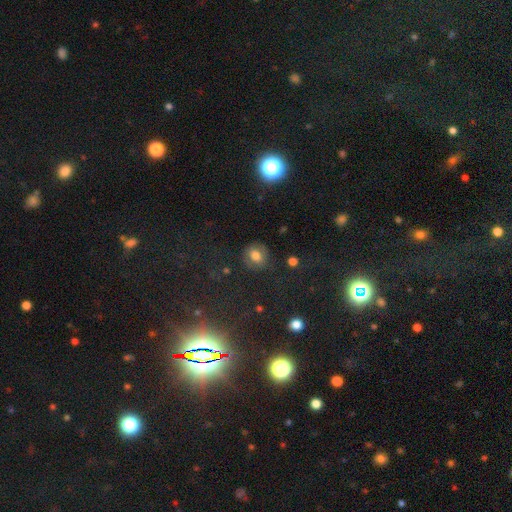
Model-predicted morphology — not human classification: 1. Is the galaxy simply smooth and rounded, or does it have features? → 70% smooth, 16% featured or disk, 14% star or artifact.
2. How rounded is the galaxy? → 60% round, 38% in between, 1% cigar-shaped.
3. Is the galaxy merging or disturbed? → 75% none, 16% minor disturbance, 7% major disturbance, 2% merger.